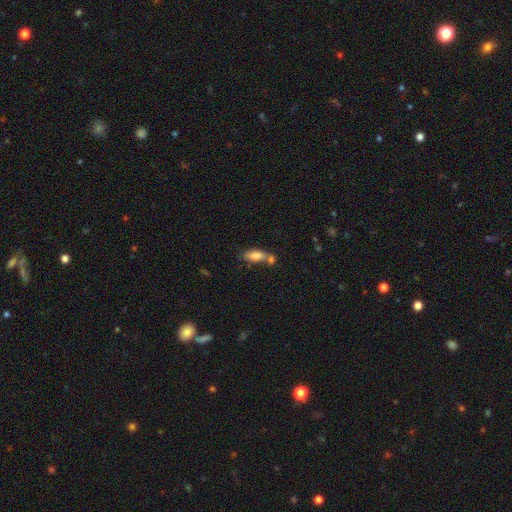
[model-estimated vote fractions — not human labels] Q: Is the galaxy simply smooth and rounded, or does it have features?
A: smooth — 79%.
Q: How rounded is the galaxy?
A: in between — 80%.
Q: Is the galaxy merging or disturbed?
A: merger — 41%.